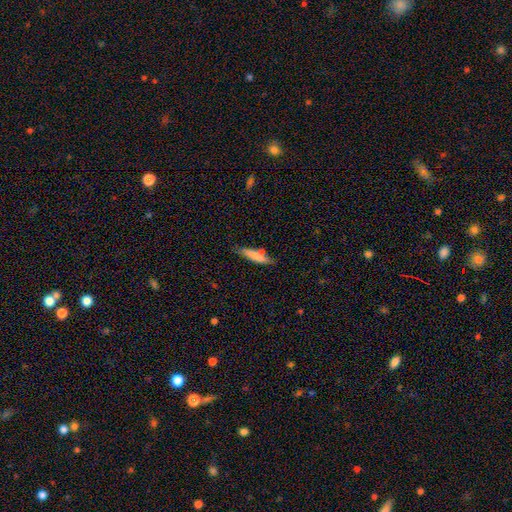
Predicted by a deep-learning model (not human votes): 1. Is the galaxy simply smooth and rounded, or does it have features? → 71% smooth, 22% featured or disk, 7% star or artifact.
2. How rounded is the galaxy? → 78% cigar-shaped, 20% in between, 2% round.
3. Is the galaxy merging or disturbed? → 67% none, 18% minor disturbance, 11% merger, 4% major disturbance.